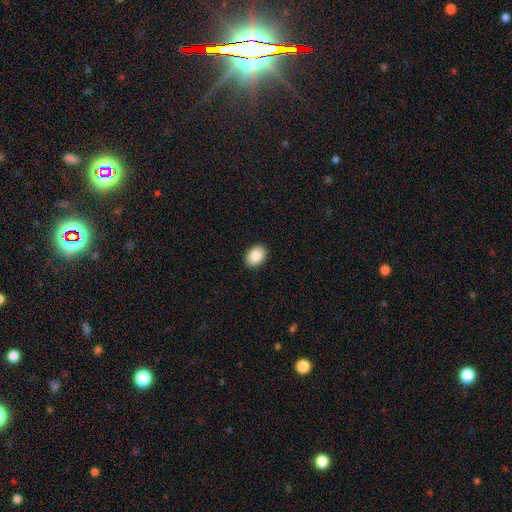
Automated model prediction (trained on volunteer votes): Smooth or featured? smooth (86%)
How rounded? in between (73%)
Merging? none (91%)